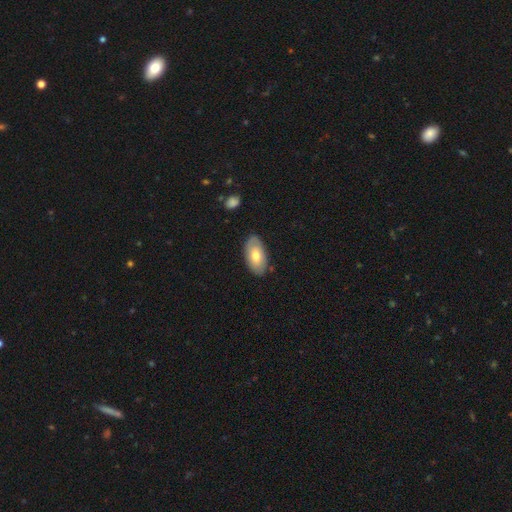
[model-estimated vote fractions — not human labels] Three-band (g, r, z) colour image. It shows a smooth galaxy with no disk features (68%) that is in between round and cigar-shaped (95%). Merging: none (82%).